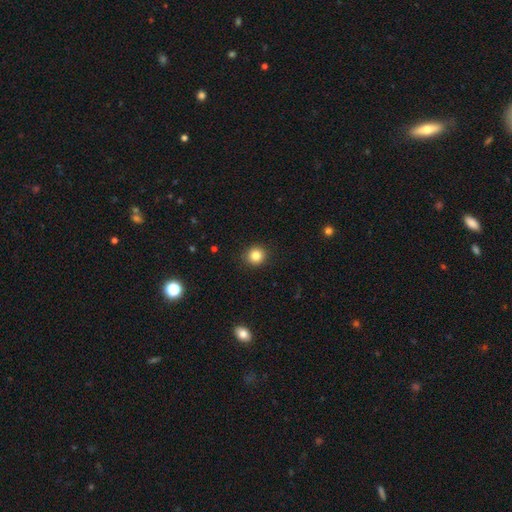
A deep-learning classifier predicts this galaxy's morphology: Smooth or featured: smooth — 84% (star or artifact — 11%)
How rounded: round — 90% (in between — 9%)
Merging: none — 91% (minor disturbance — 6%)